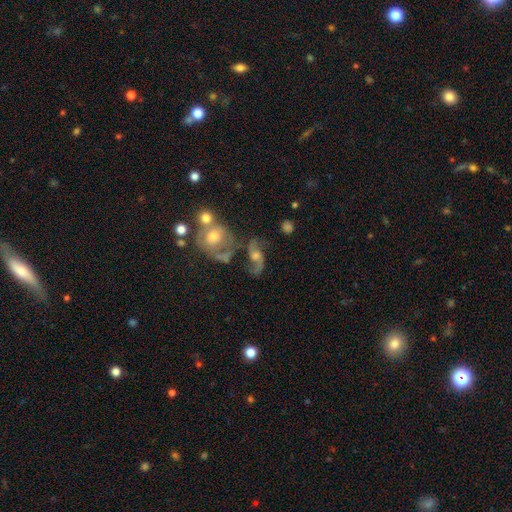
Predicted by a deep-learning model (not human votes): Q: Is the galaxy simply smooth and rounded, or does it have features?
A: featured or disk — 76%.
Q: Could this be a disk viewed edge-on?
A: no — 96%.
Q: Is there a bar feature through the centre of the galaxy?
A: no — 57%.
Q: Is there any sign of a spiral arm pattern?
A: yes — 91%.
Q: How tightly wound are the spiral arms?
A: loose — 60%.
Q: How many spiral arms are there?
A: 2 — 87%.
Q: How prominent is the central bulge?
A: moderate — 56%.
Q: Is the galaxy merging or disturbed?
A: none — 46%.